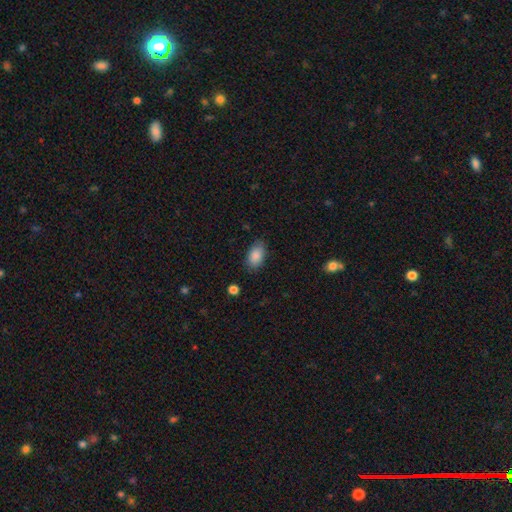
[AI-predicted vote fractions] Smooth or featured? Predicted: smooth (p=0.87). How rounded? Predicted: in between (p=0.92). Merging? Predicted: none (p=0.83).